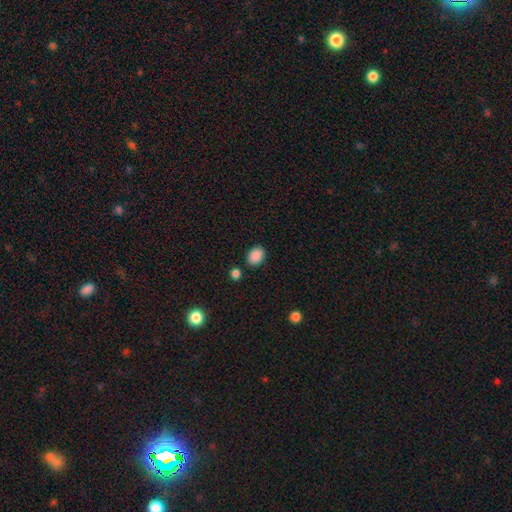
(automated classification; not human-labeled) This is clearly a smooth galaxy (88%). How rounded: likely in between (73%). Merging: clearly none (82%).